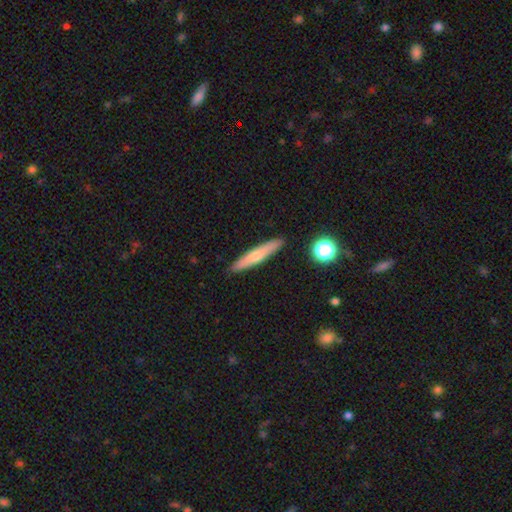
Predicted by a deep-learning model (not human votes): Smooth or featured?
  - smooth: 57% *
  - featured or disk: 36%
  - star or artifact: 7%
How rounded?
  - cigar-shaped: 91% *
  - in between: 7%
  - round: 2%
Merging?
  - none: 90% *
  - minor disturbance: 7%
  - major disturbance: 1%
  - merger: 1%